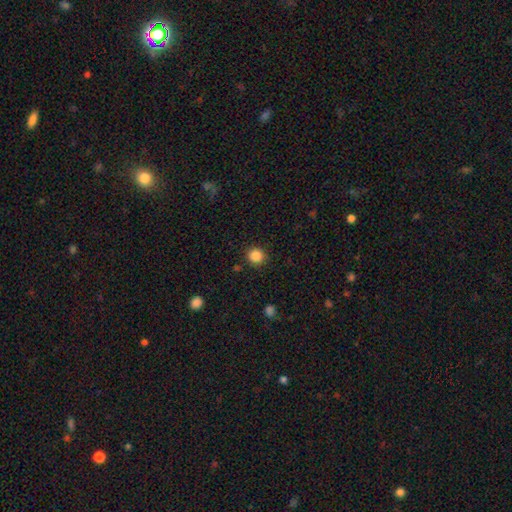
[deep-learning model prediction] Morphology: type=smooth (86%); roundness=round (91%); merging=none (88%).